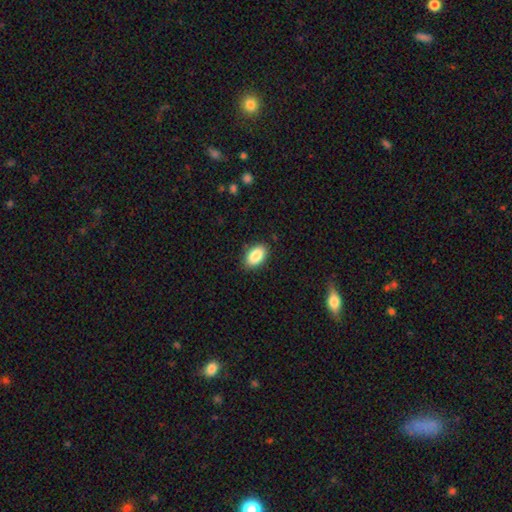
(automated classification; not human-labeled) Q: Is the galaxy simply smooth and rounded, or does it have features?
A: smooth — 88%.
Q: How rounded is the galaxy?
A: in between — 93%.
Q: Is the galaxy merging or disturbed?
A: none — 86%.